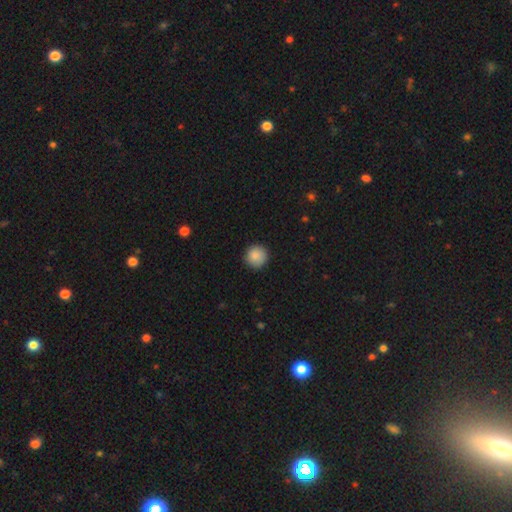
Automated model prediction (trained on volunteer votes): This appears to be a smooth galaxy with no disk features (88%) that is round (95%). Merging: none (90%).